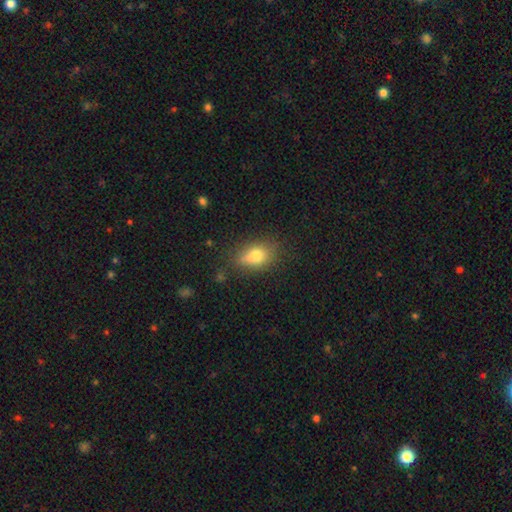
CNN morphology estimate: The model was most divided on "merging": none: 63%, minor disturbance: 25%, major disturbance: 8%, merger: 4%. More confident: how rounded — in between (75%); smooth or featured — smooth (74%).